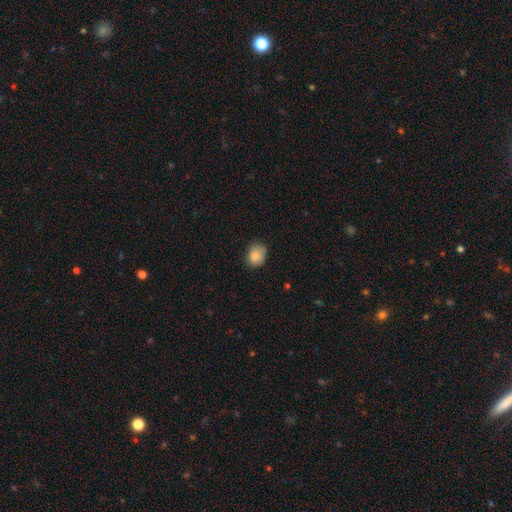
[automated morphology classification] The model was most divided on "how rounded": in between: 55%, round: 44%, cigar-shaped: 1%. More confident: smooth or featured — smooth (85%); merging — none (65%).